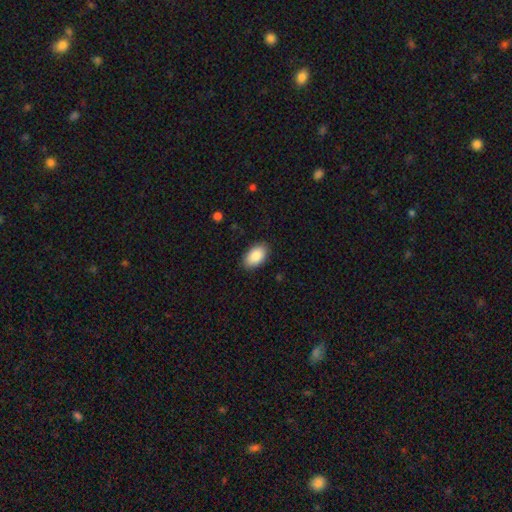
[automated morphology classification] Overall: smooth (88%). How rounded: in between (94%). Merging: none (88%).